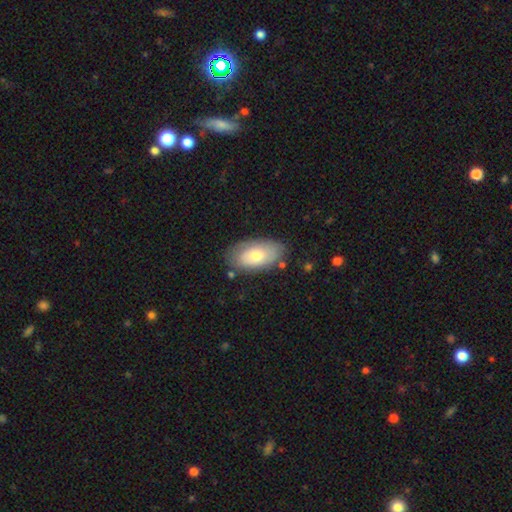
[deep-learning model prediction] Smooth or featured? Predicted: smooth (p=0.65). How rounded? Predicted: in between (p=0.94). Merging? Predicted: none (p=0.76).